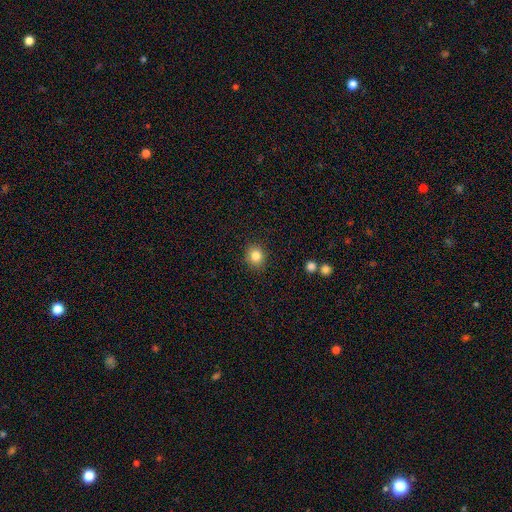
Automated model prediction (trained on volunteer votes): smooth-or-featured: smooth: 83% | star or artifact: 11% | featured or disk: 6%
  how-rounded: round: 79% | in between: 21% | cigar-shaped: 1%
  merging: none: 89% | minor disturbance: 7% | major disturbance: 2% | merger: 1%